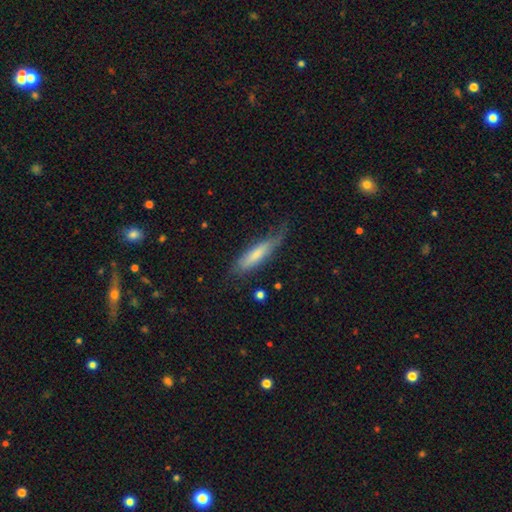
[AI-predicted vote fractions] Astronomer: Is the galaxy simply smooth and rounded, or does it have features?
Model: smooth — 63%.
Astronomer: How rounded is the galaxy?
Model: cigar-shaped — 78%.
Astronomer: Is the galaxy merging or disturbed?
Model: none — 56%.